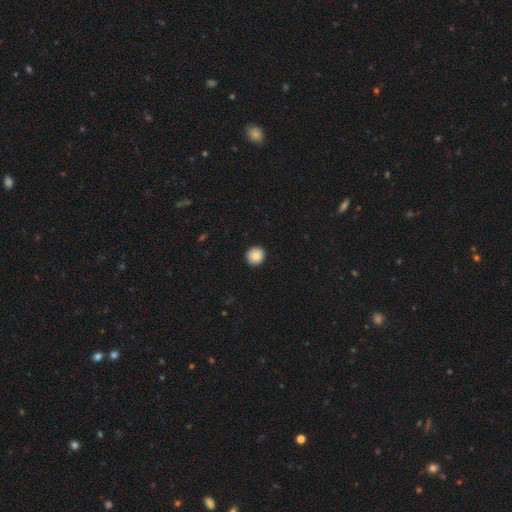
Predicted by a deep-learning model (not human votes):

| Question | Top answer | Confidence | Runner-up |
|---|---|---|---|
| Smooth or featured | smooth | 86% | star or artifact (8%) |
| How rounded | round | 92% | in between (7%) |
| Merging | none | 91% | minor disturbance (6%) |